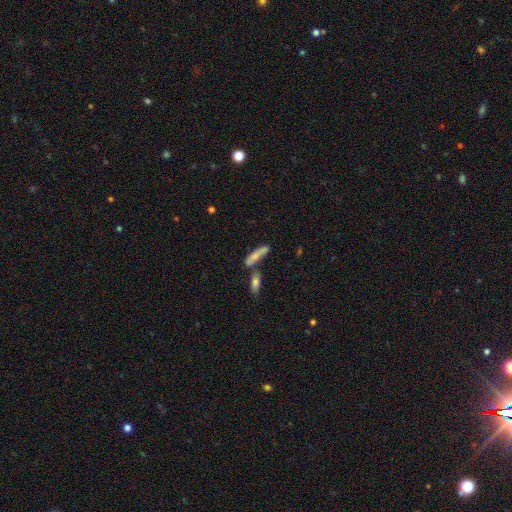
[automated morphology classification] This is likely a smooth galaxy (69%). How rounded: likely cigar-shaped (73%). Merging: possibly none (50%).